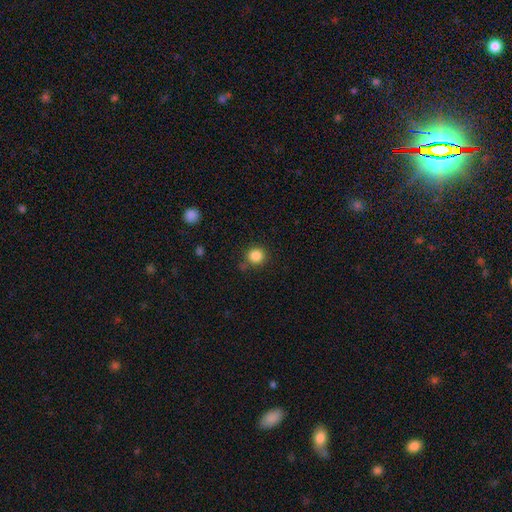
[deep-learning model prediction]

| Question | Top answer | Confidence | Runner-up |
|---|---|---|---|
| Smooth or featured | smooth | 85% | star or artifact (11%) |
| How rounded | round | 93% | in between (6%) |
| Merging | none | 82% | minor disturbance (10%) |